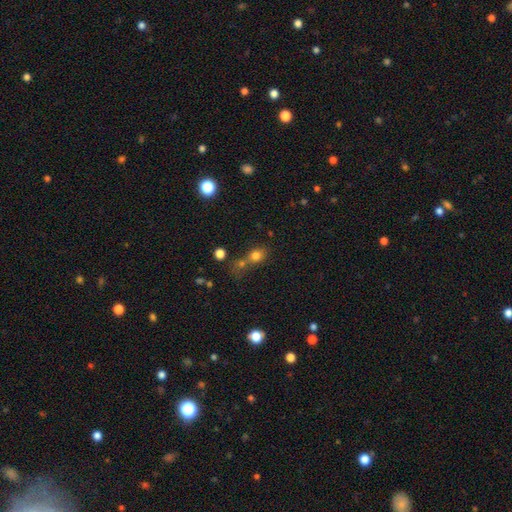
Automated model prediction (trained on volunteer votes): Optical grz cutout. It shows a smooth galaxy with no disk features (75%) that is round (60%). Merging: merger (42%).